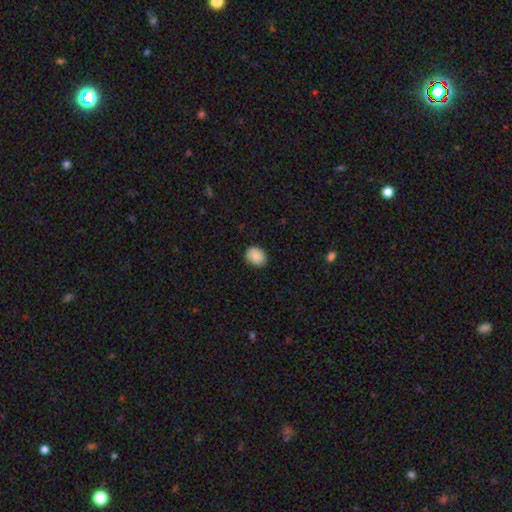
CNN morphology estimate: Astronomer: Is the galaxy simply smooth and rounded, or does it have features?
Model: smooth — 89%.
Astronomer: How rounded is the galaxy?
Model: in between — 50% (runner-up: round, 49%).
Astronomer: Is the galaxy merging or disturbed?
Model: none — 85%.